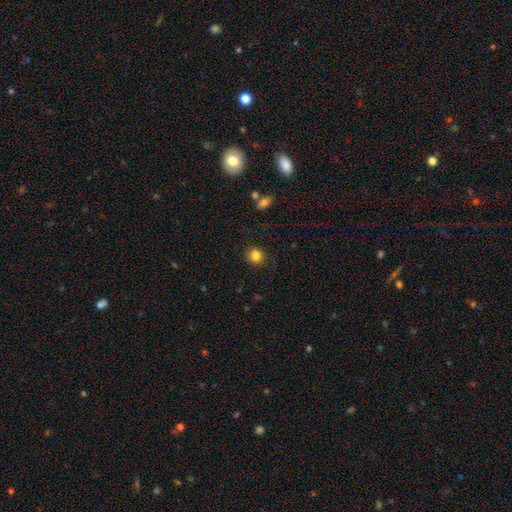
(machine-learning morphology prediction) This appears to be a smooth galaxy with no disk features (85%) that is round (78%). Merging: none (84%).